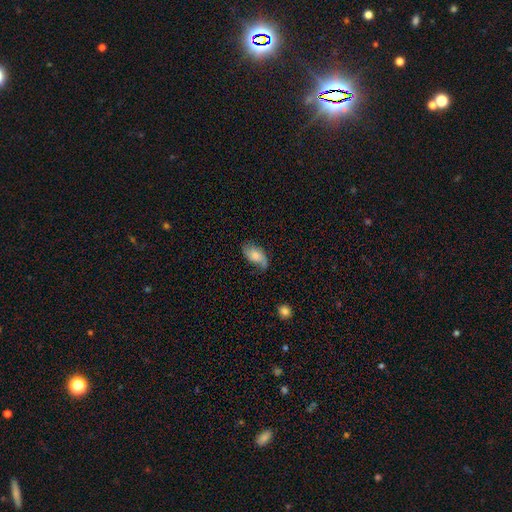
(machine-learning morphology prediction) A smooth galaxy with no disk features (62%) that is in between round and cigar-shaped (93%). Merging: none (54%).